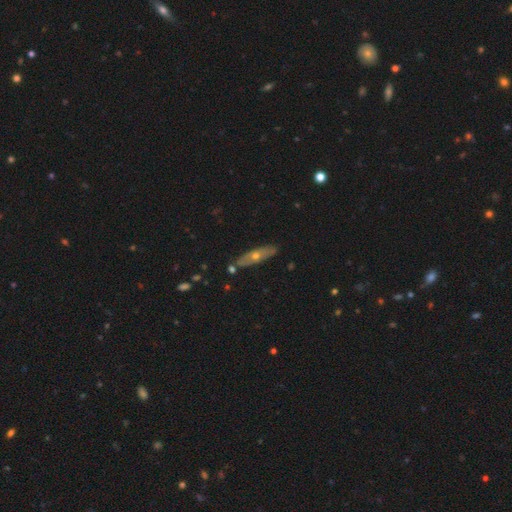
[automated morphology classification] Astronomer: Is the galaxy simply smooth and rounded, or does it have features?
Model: featured or disk — 59% (runner-up: smooth, 34%).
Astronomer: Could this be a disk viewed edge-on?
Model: yes — 53% (runner-up: no, 47%).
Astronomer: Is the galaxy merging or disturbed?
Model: none — 83%.